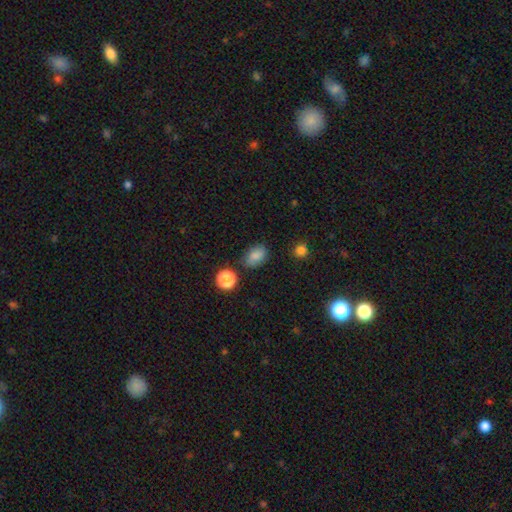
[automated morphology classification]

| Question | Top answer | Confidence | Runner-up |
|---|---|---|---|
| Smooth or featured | smooth | 81% | star or artifact (12%) |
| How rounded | in between | 77% | round (22%) |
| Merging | none | 76% | minor disturbance (16%) |